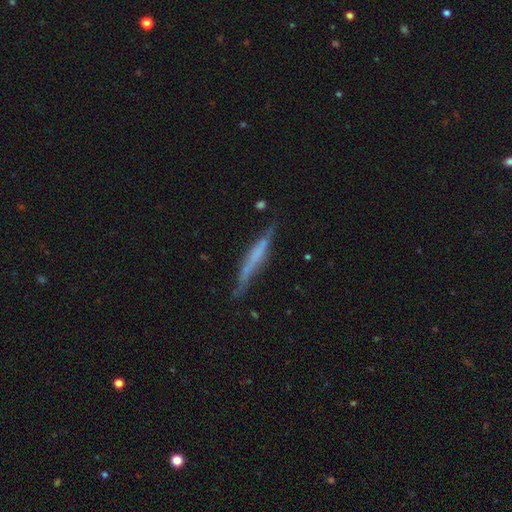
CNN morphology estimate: smooth-or-featured: featured or disk: 51% | smooth: 42% | star or artifact: 7%
  disk-edge-on: yes: 91% | no: 9%
  merging: none: 67% | minor disturbance: 23% | major disturbance: 7% | merger: 3%